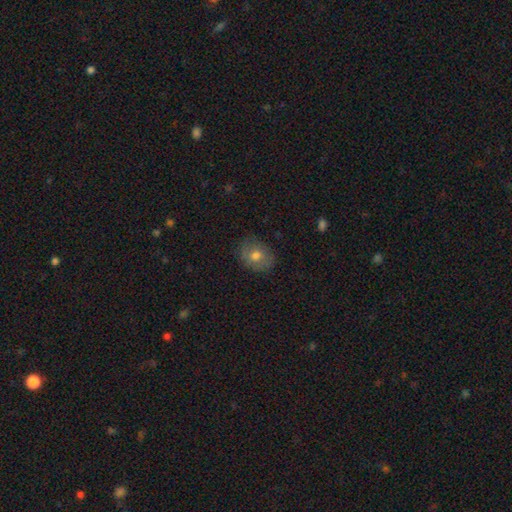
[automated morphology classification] A smooth galaxy with no disk features (71%) that is in between round and cigar-shaped (50%). Merging: none (82%).